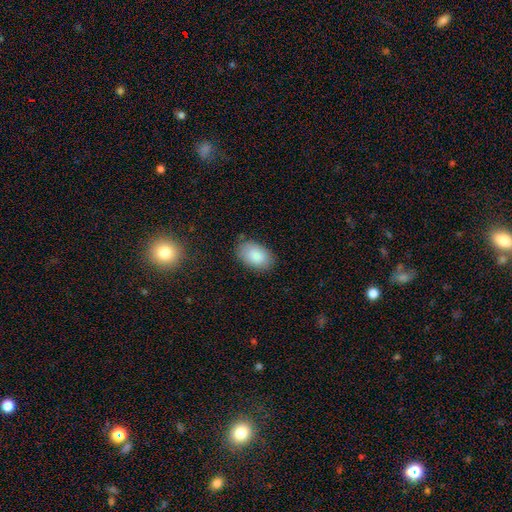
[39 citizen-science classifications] A smooth galaxy with no disk features (85%) that is in between round and cigar-shaped (100%).

Vote fractions:
- Smooth or featured? smooth: 85% / star or artifact: 10% / featured or disk: 5%
- How rounded? in between: 100% / round: 0% / cigar-shaped: 0%
- Merging? none: 86% / minor disturbance: 14% / major disturbance: 0% / merger: 0%